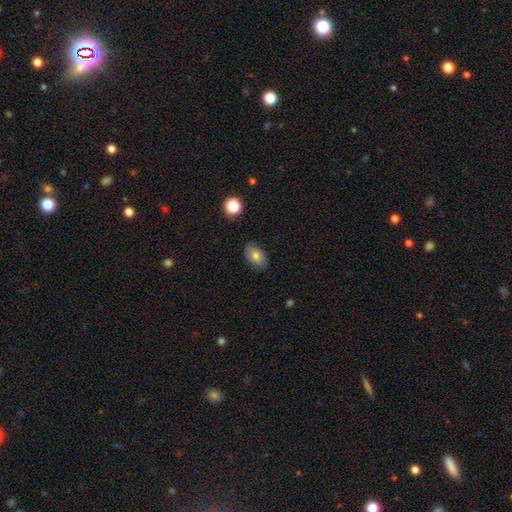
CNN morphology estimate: Q: Smooth or featured?
A: smooth (76%); runner-up: featured or disk (15%)
Q: How rounded?
A: in between (89%); runner-up: round (10%)
Q: Merging?
A: none (84%); runner-up: minor disturbance (12%)